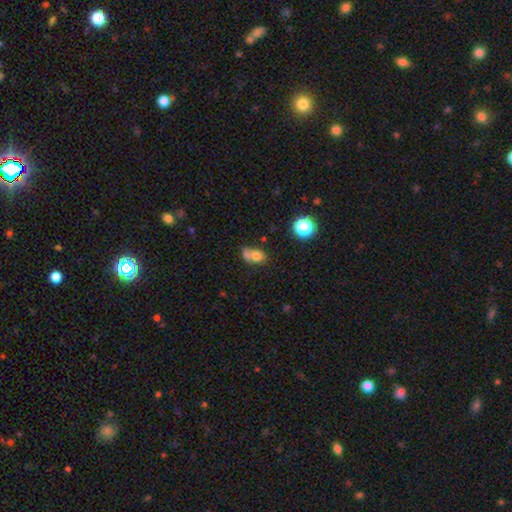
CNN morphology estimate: A smooth galaxy with no disk features (71%) that is round (55%).

Vote fractions:
- Smooth or featured? smooth: 71% / featured or disk: 15% / star or artifact: 14%
- How rounded? round: 55% / in between: 44% / cigar-shaped: 1%
- Merging? merger: 51% / none: 32% / minor disturbance: 11% / major disturbance: 6%